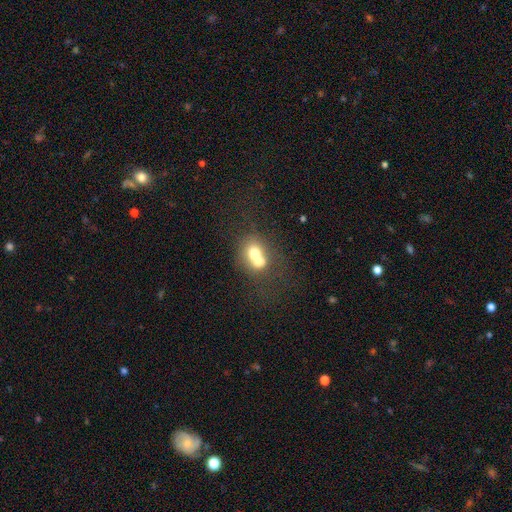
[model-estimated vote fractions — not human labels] Smooth or featured? Predicted: smooth (p=0.62). How rounded? Predicted: round (p=0.49, tied with in between). Merging? Predicted: merger (p=0.65).